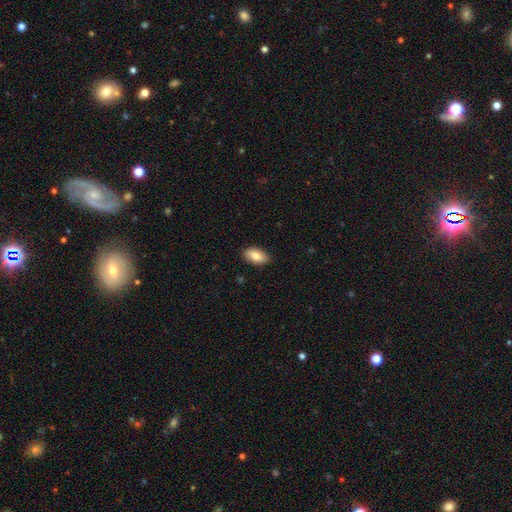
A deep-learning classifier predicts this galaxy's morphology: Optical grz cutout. It shows a smooth galaxy with no disk features (83%) that is in between round and cigar-shaped (93%). Merging: none (88%).